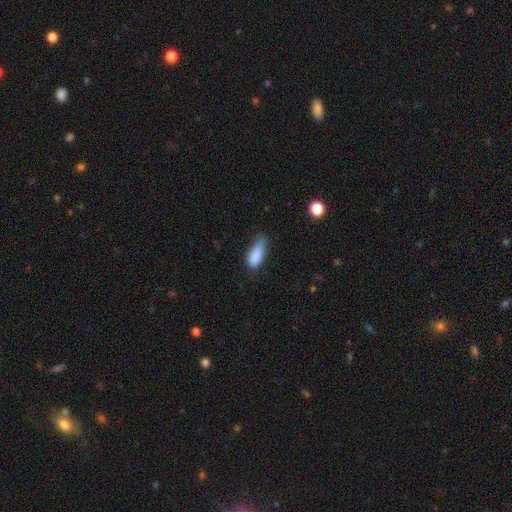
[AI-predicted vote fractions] A smooth galaxy with no disk features (85%) that is in between round and cigar-shaped (77%).

Vote fractions:
- Smooth or featured? smooth: 85% / star or artifact: 9% / featured or disk: 6%
- How rounded? in between: 77% / cigar-shaped: 20% / round: 3%
- Merging? minor disturbance: 43% / none: 42% / major disturbance: 13% / merger: 3%